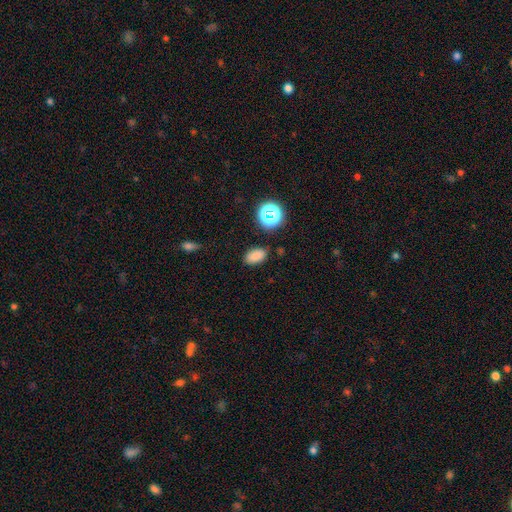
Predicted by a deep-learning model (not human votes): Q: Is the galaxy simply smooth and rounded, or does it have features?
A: smooth — 80%.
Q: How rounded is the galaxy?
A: in between — 88%.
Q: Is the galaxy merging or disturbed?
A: none — 83%.